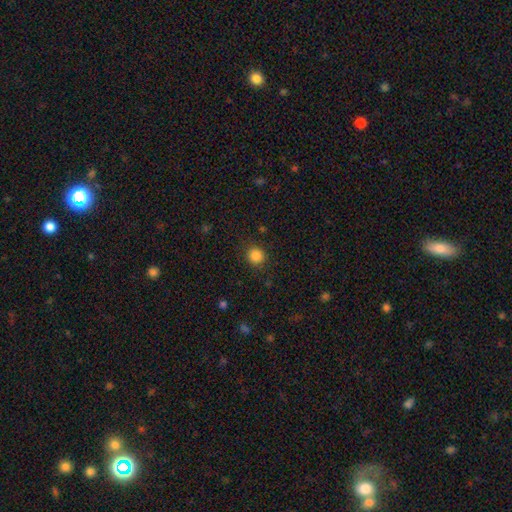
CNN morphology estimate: Smooth or featured? Predicted: smooth (p=0.86). How rounded? Predicted: round (p=0.89). Merging? Predicted: none (p=0.88).